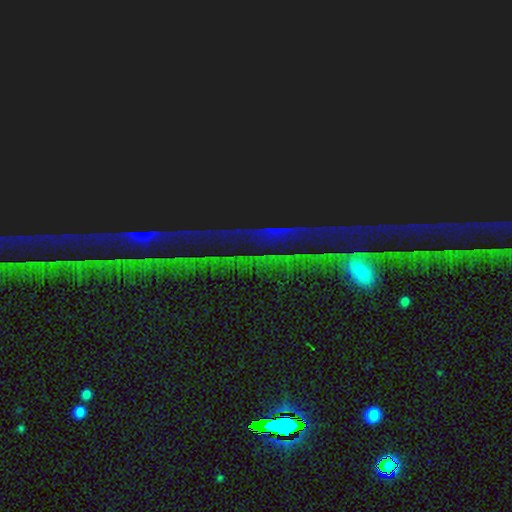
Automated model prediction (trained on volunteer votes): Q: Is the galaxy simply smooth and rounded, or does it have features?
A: star or artifact — 85%.